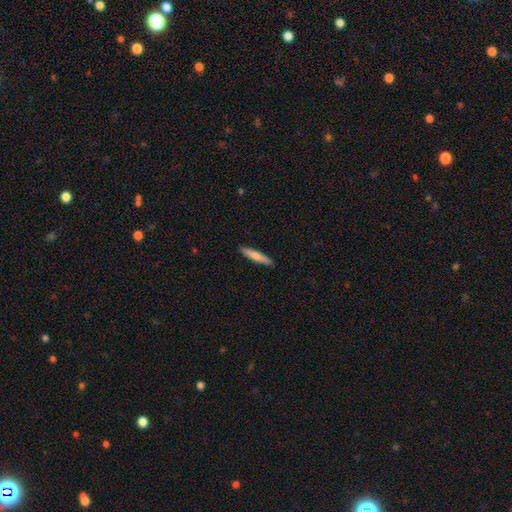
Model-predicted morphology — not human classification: Overall: smooth (69%). How rounded: cigar-shaped (90%). Merging: none (91%).